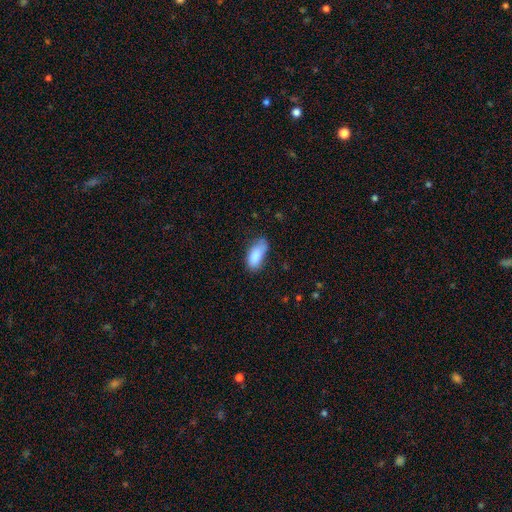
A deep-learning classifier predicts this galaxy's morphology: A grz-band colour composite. It shows a smooth galaxy with no disk features (85%) that is in between round and cigar-shaped (88%). Merging: none (53%).